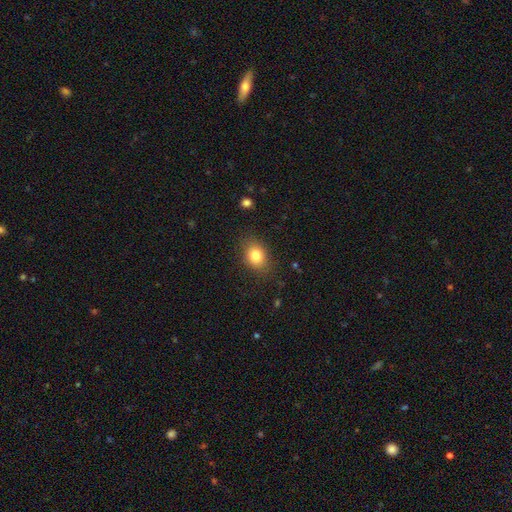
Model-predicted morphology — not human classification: Q: Smooth or featured?
A: smooth (81%); runner-up: star or artifact (10%)
Q: How rounded?
A: in between (56%); runner-up: round (43%)
Q: Merging?
A: none (81%); runner-up: minor disturbance (14%)